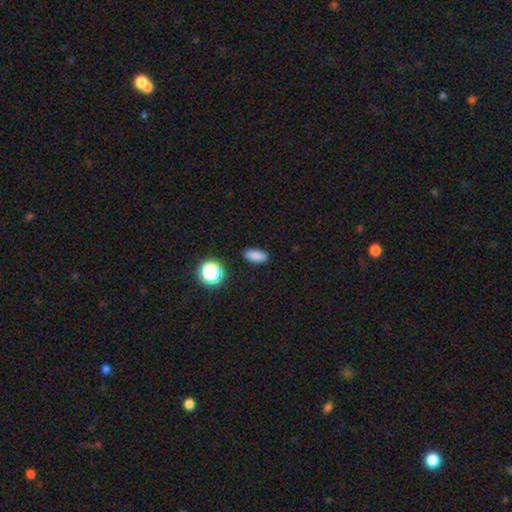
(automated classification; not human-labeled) smooth 83%, star or artifact 13%, featured or disk 5%. Down the decision tree: how rounded — in between (82%); merging — none (87%).